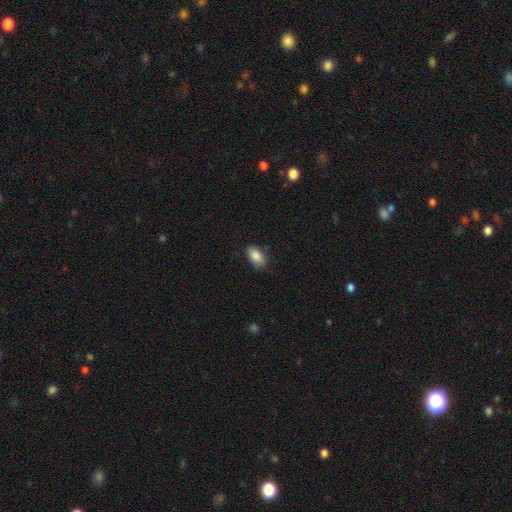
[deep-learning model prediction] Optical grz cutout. It shows a smooth galaxy with no disk features (88%) that is in between round and cigar-shaped (93%). Merging: none (81%).